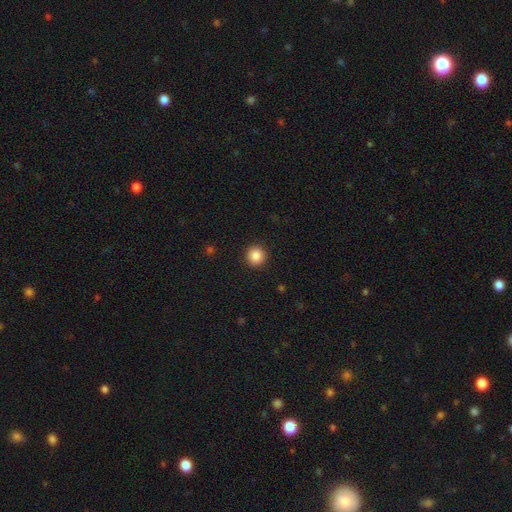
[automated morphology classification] This is clearly a smooth galaxy (87%). How rounded: clearly round (93%). Merging: clearly none (92%).